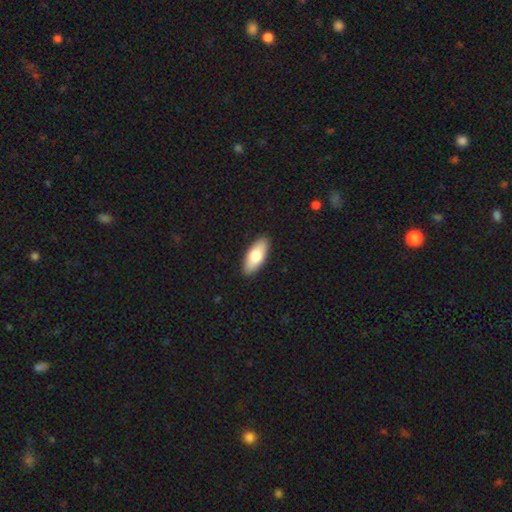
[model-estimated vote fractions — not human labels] smooth_or_featured: smooth (p=0.76) [alt: featured or disk p=0.19]
how_rounded: in between (p=0.82) [alt: cigar-shaped p=0.16]
merging: none (p=0.90) [alt: minor disturbance p=0.07]